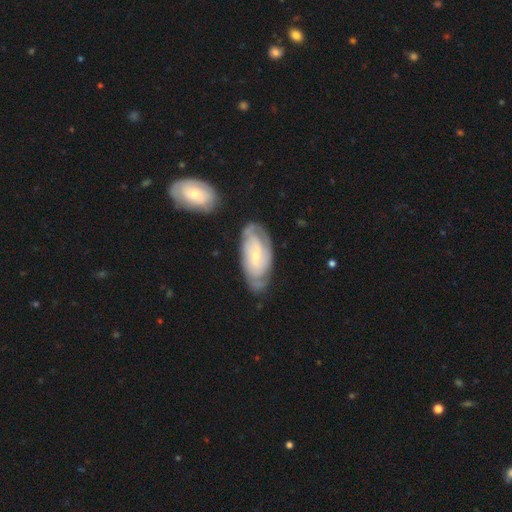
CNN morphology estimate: This appears to be a featured or disk galaxy (74%) with no bar (54%), tight (65%) spiral arms (89%) and a small central bulge (74%). Merging: none (65%).